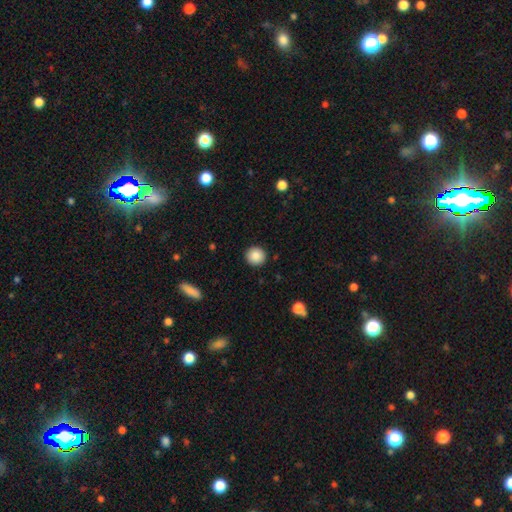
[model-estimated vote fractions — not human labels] Smooth or featured: smooth — 88% (star or artifact — 8%)
How rounded: round — 94% (in between — 5%)
Merging: none — 92% (minor disturbance — 5%)